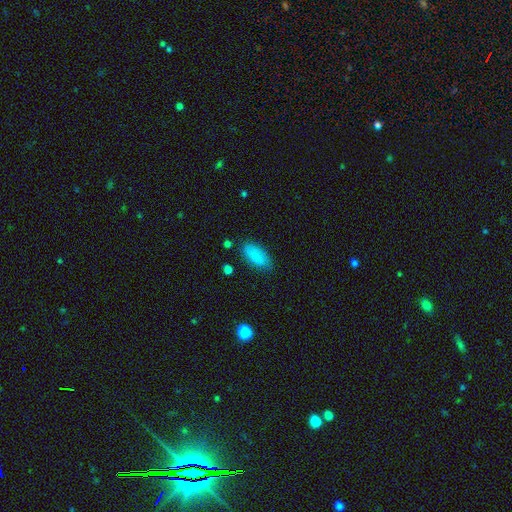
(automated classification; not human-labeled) Smooth or featured? smooth (87%)
How rounded? in between (86%)
Merging? none (80%)